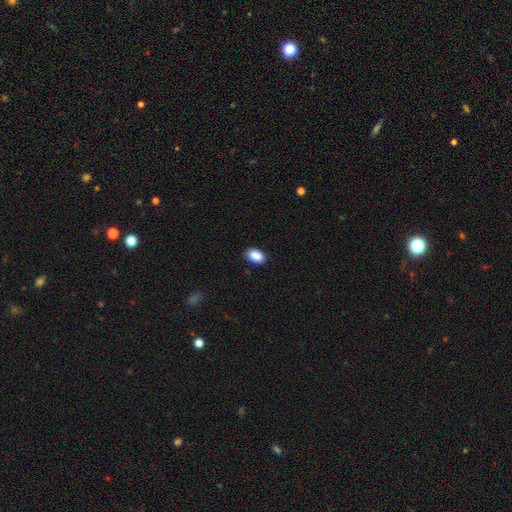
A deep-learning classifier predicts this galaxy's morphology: A smooth galaxy with no disk features (90%) that is in between round and cigar-shaped (90%). Merging: none (87%).